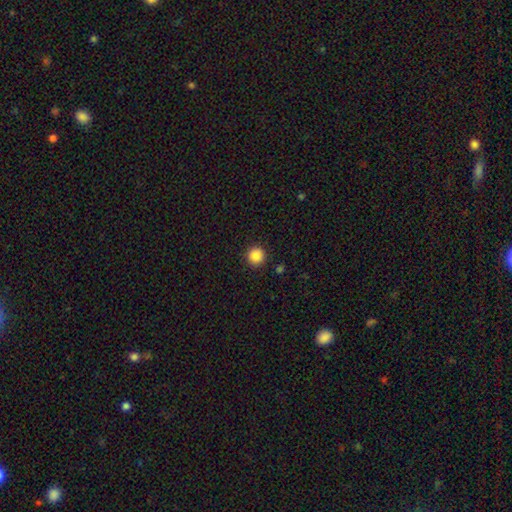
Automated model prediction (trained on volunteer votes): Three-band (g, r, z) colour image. It shows a smooth galaxy with no disk features (87%) that is round (95%). Merging: none (92%).